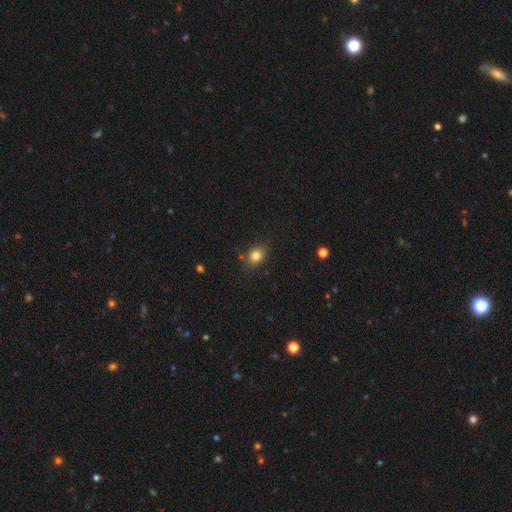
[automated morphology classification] Smooth or featured? Predicted: smooth (p=0.83). How rounded? Predicted: round (p=0.51). Merging? Predicted: none (p=0.81).